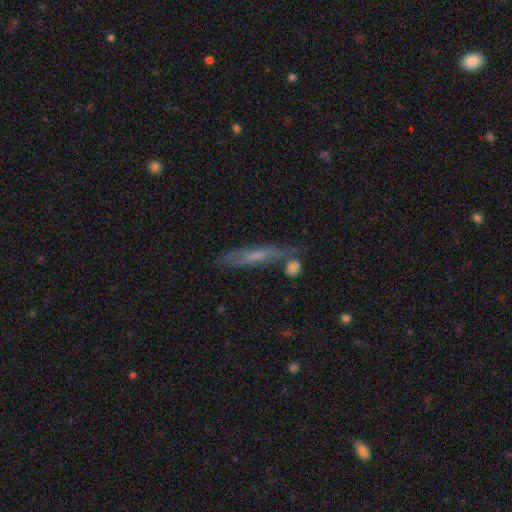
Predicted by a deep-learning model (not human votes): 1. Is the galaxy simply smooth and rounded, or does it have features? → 48% smooth, 42% featured or disk, 10% star or artifact.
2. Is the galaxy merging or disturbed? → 64% none, 18% minor disturbance, 12% merger, 7% major disturbance.